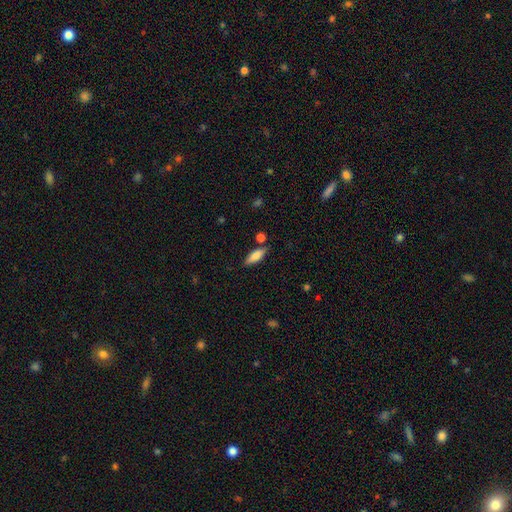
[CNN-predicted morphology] smooth 78%, featured or disk 15%, star or artifact 7%. Down the decision tree: how rounded — in between (57%); merging — none (77%).